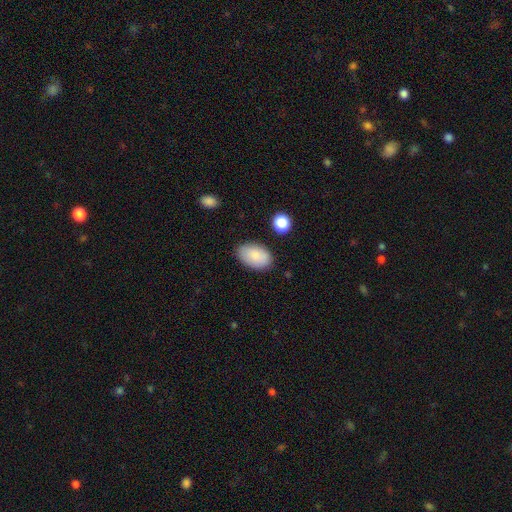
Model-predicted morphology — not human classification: Smooth or featured? smooth (86%)
How rounded? in between (93%)
Merging? none (83%)